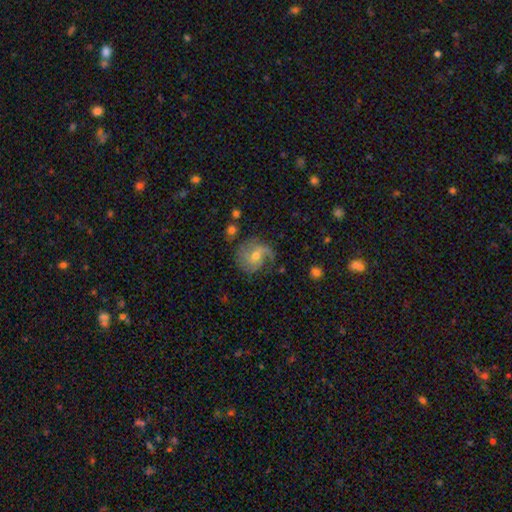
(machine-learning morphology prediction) Smooth or featured: featured or disk — 73% (smooth — 20%)
Edge-on disk: no — 98% (yes — 2%)
Bar: no — 56% (weak — 37%)
Spiral arms: yes — 92% (no — 8%)
Spiral winding: medium — 44% (loose — 30%)
Spiral arm count: 2 — 42% (1 — 21%)
Bulge size: moderate — 57% (small — 38%)
Merging: none — 60% (minor disturbance — 23%)